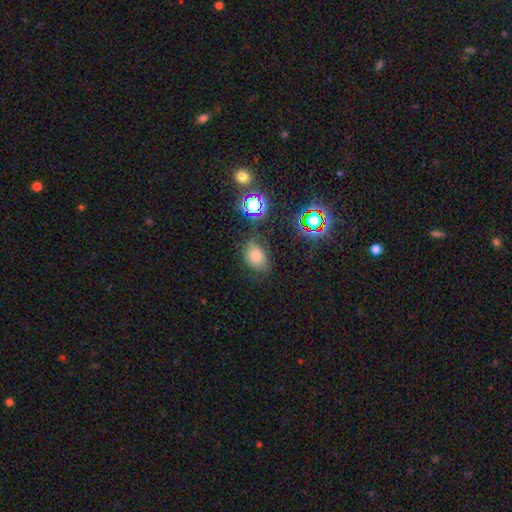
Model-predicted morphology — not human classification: Smooth or featured? smooth (66%)
How rounded? in between (71%)
Merging? none (65%)